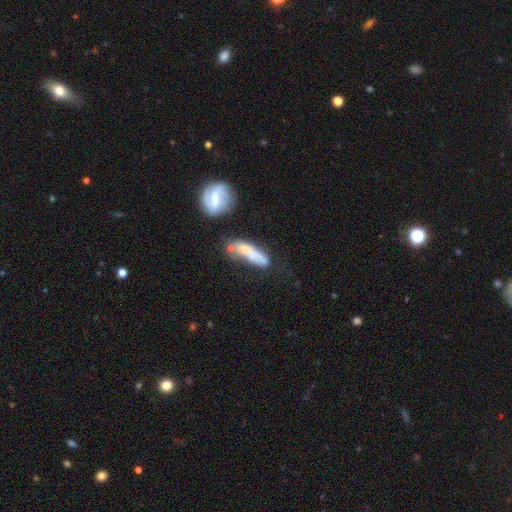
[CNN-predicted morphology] Smooth or featured?
  - smooth: 60% *
  - featured or disk: 32%
  - star or artifact: 8%
How rounded?
  - cigar-shaped: 63% *
  - in between: 34%
  - round: 3%
Merging?
  - none: 34% *
  - minor disturbance: 26%
  - merger: 21%
  - major disturbance: 19%